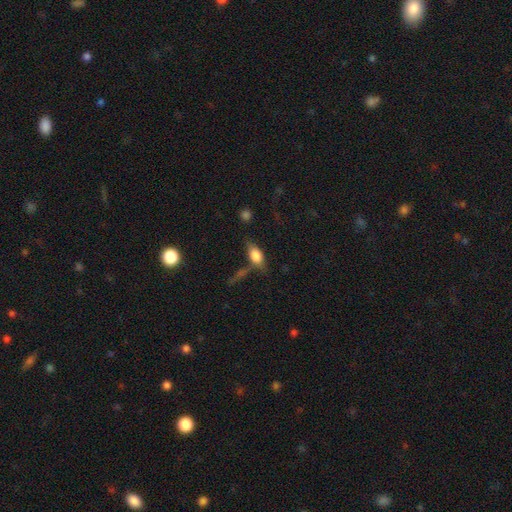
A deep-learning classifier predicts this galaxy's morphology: Smooth or featured? Predicted: smooth (p=0.75). How rounded? Predicted: in between (p=0.84). Merging? Predicted: none (p=0.52).